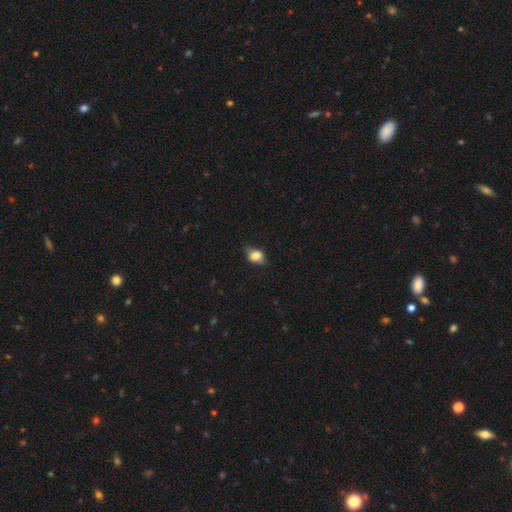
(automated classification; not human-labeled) This is likely a smooth galaxy (70%). How rounded: likely in between (72%). Merging: likely none (69%).